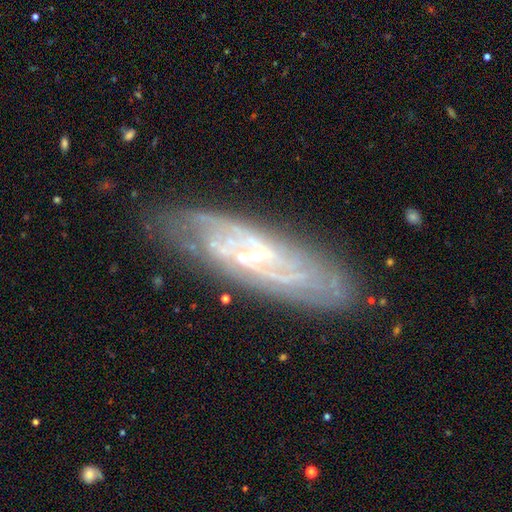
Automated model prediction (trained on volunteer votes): Morphology: type=featured or disk (82%); edge-on=no (78%); bar=weak (41%); spiral arms=yes (90%); winding=tight (53%); arm count=can't tell (38%); bulge=small (76%); merging=none (79%).